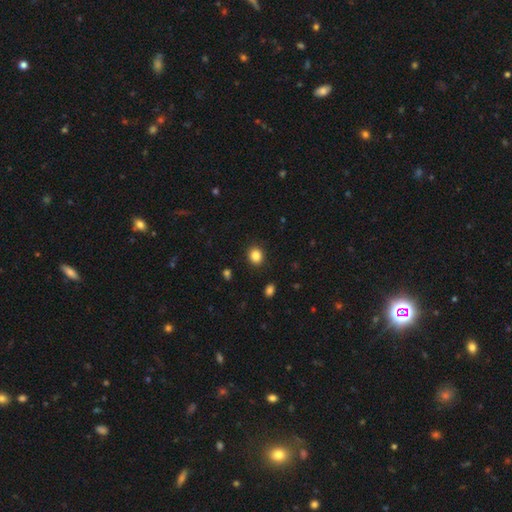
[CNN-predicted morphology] Smooth or featured: smooth — 85% (star or artifact — 10%)
How rounded: round — 69% (in between — 30%)
Merging: none — 89% (minor disturbance — 7%)